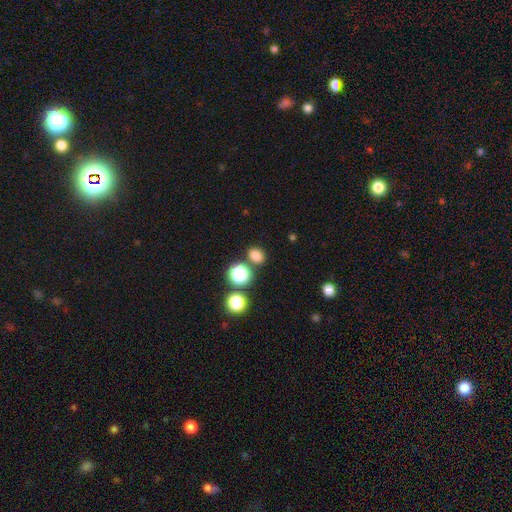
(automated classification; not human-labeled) smooth_or_featured: smooth (p=0.77) [alt: star or artifact p=0.18]
how_rounded: round (p=0.54) [alt: in between p=0.45]
merging: none (p=0.79) [alt: minor disturbance p=0.09]